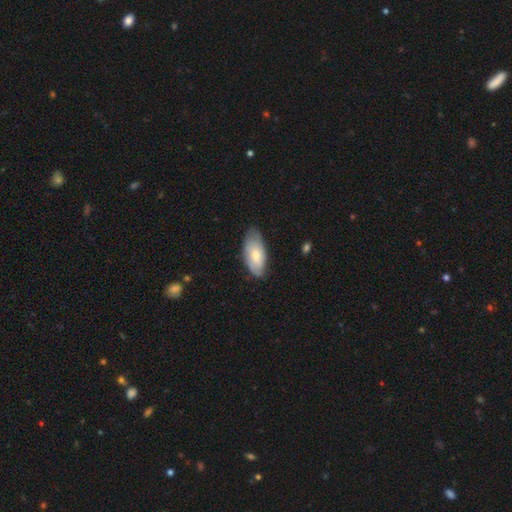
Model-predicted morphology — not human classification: smooth-or-featured: smooth: 70% | featured or disk: 24% | star or artifact: 6%
  how-rounded: in between: 91% | cigar-shaped: 7% | round: 2%
  merging: none: 66% | minor disturbance: 28% | major disturbance: 5% | merger: 1%